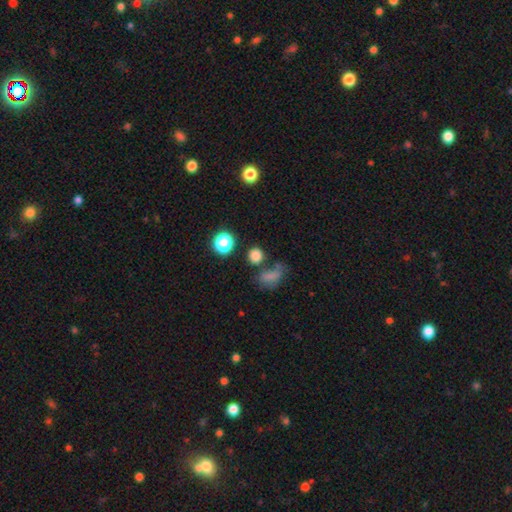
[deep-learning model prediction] Morphology: type=smooth (77%); roundness=round (79%); merging=none (69%).